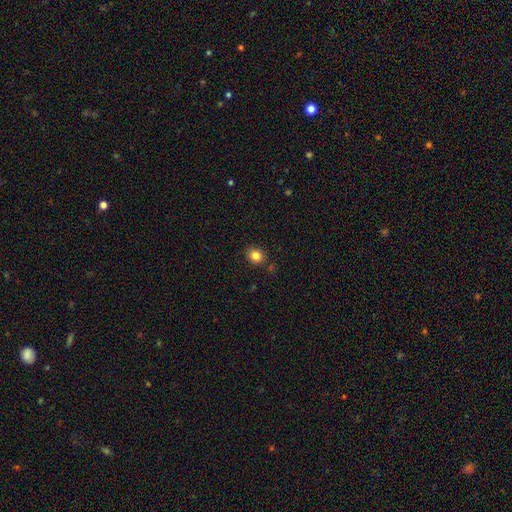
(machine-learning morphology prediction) smooth-or-featured: smooth: 83% | star or artifact: 12% | featured or disk: 6%
  how-rounded: round: 80% | in between: 19% | cigar-shaped: 1%
  merging: none: 86% | minor disturbance: 9% | merger: 3% | major disturbance: 2%